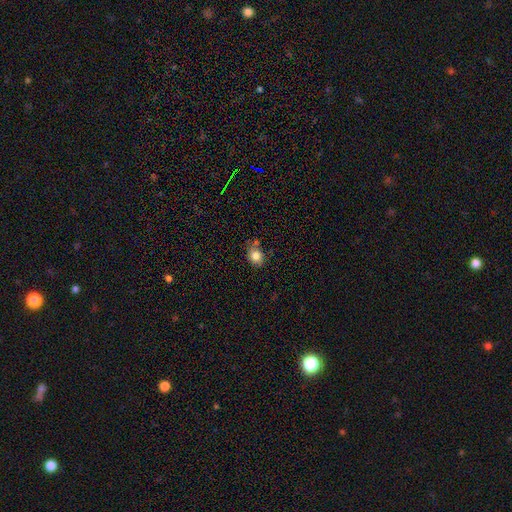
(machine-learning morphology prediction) Smooth or featured: smooth — 82% (star or artifact — 10%)
How rounded: round — 57% (in between — 42%)
Merging: none — 64% (minor disturbance — 22%)